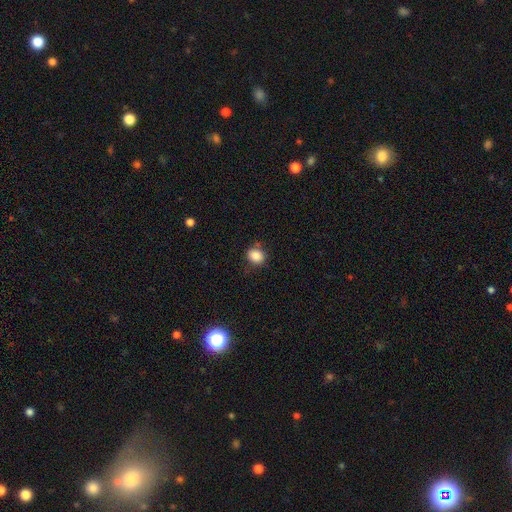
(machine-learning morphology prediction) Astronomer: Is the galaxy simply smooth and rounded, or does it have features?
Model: smooth — 85%.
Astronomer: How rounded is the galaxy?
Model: round — 59% (runner-up: in between, 40%).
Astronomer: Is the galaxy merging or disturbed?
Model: none — 78%.